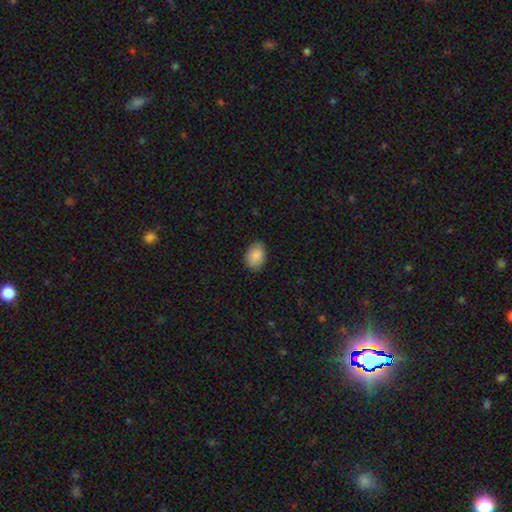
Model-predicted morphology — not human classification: Smooth or featured?
  - smooth: 88% *
  - star or artifact: 7%
  - featured or disk: 5%
How rounded?
  - in between: 76% *
  - round: 23%
  - cigar-shaped: 1%
Merging?
  - none: 83% *
  - minor disturbance: 13%
  - major disturbance: 3%
  - merger: 1%